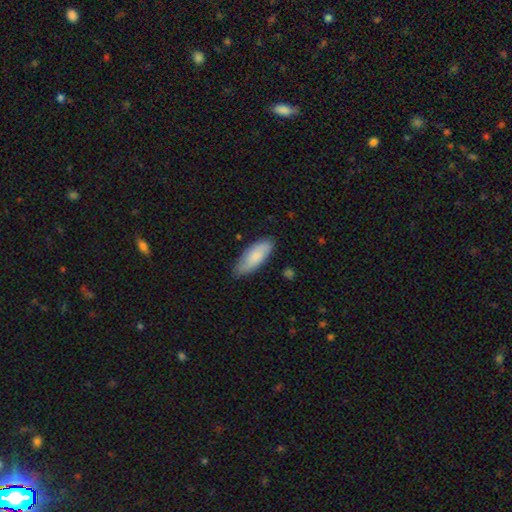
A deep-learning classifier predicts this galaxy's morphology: The model was most divided on "how rounded": in between: 73%, cigar-shaped: 25%, round: 2%. More confident: smooth or featured — smooth (82%); merging — none (79%).